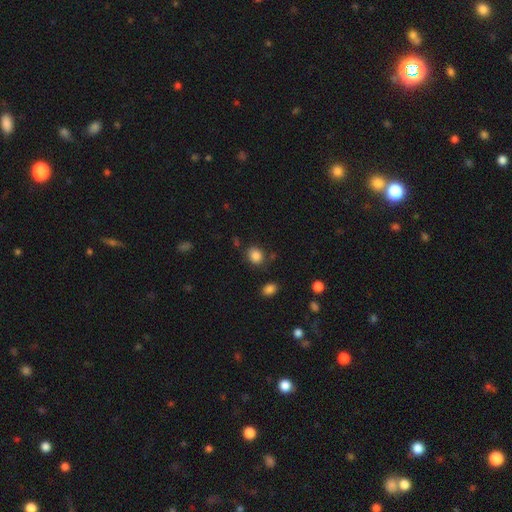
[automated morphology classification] Smooth or featured? Predicted: smooth (p=0.85). How rounded? Predicted: round (p=0.60). Merging? Predicted: none (p=0.78).